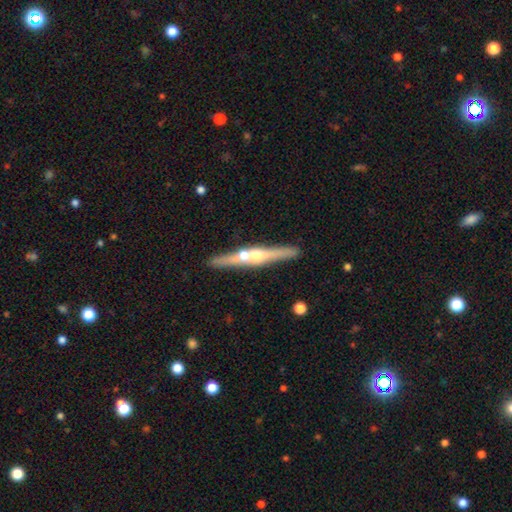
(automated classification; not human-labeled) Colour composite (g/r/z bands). It shows a featured or disk galaxy (69%) viewed edge-on (96%) with a rounded central bulge (93%). Merging: none (74%).